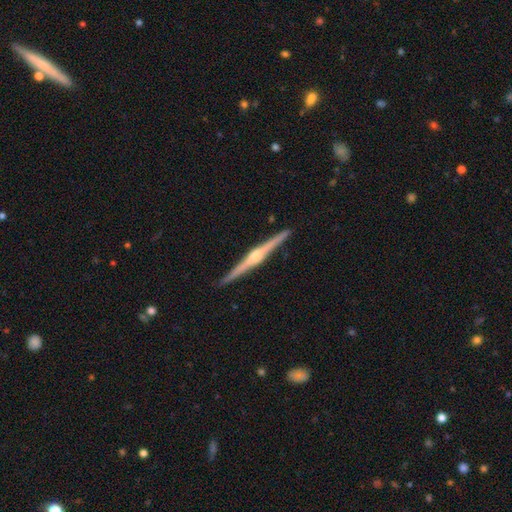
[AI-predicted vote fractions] This appears to be a featured or disk galaxy (85%) viewed edge-on (99%) with a rounded central bulge (85%). Merging: none (92%).